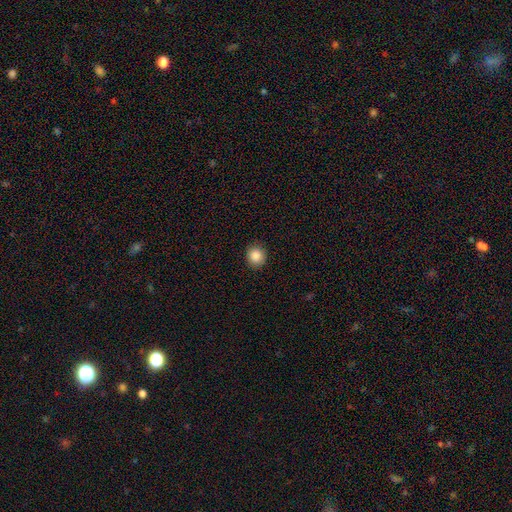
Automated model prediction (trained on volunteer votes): This is clearly a smooth galaxy (87%). How rounded: clearly round (87%). Merging: clearly none (90%).